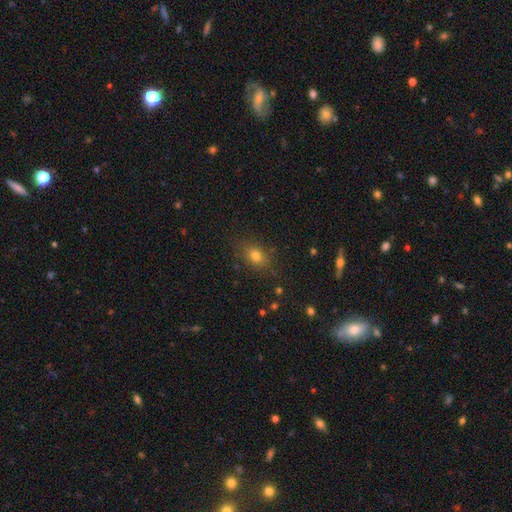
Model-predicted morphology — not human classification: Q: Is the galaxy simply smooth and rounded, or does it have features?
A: smooth — 75%.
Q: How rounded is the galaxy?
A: in between — 62%.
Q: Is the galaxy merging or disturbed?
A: none — 82%.